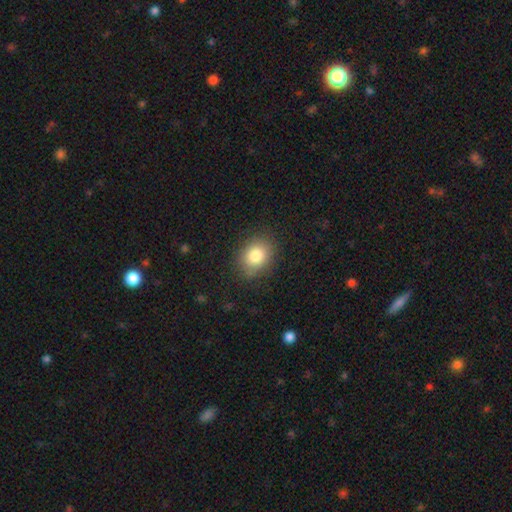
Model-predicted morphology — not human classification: type=smooth (82%); roundness=in between (54%); merging=none (84%).